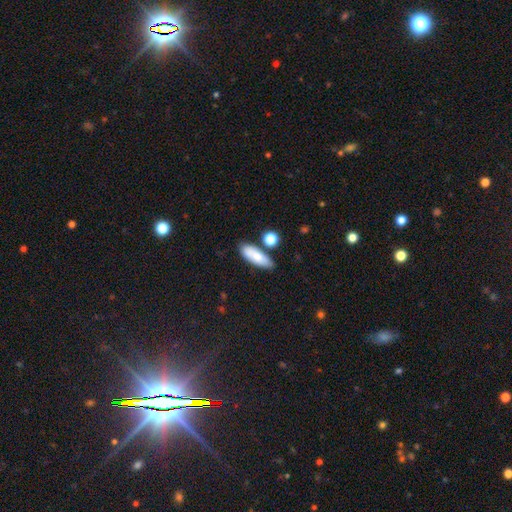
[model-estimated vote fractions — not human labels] Smooth or featured? smooth (78%)
How rounded? in between (66%)
Merging? none (72%)